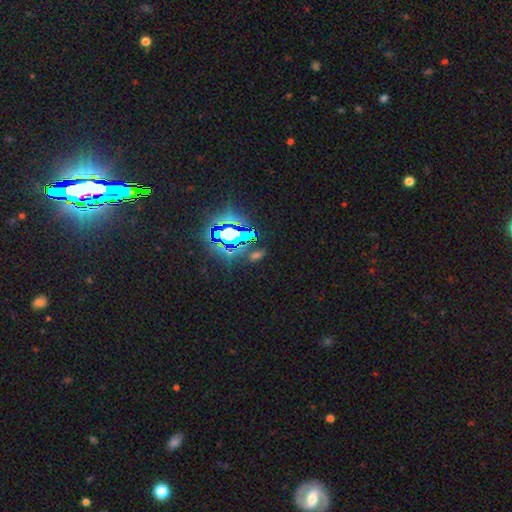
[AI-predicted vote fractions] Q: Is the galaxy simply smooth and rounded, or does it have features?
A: star or artifact — 76%.